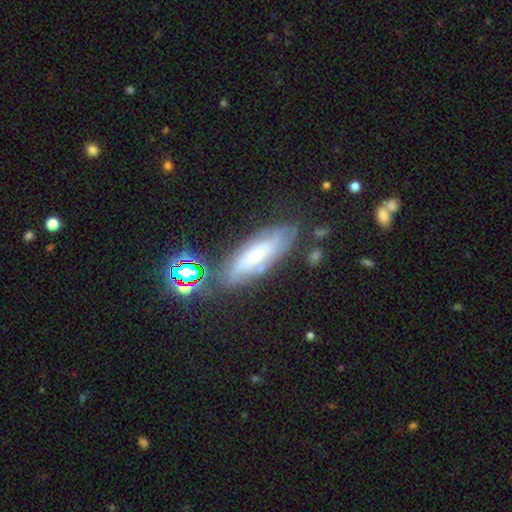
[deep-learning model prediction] Smooth or featured? featured or disk (54%)
Edge-on disk? no (71%)
Merging? none (70%)